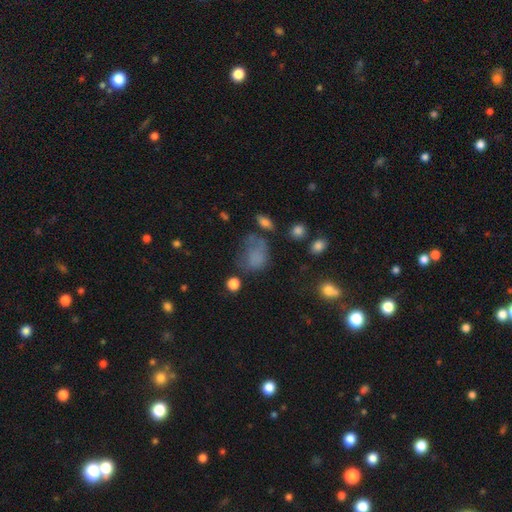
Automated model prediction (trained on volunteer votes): smooth_or_featured: smooth (p=0.66) [alt: star or artifact p=0.18]
how_rounded: in between (p=0.55) [alt: round p=0.43]
merging: none (p=0.34) [alt: major disturbance p=0.31]